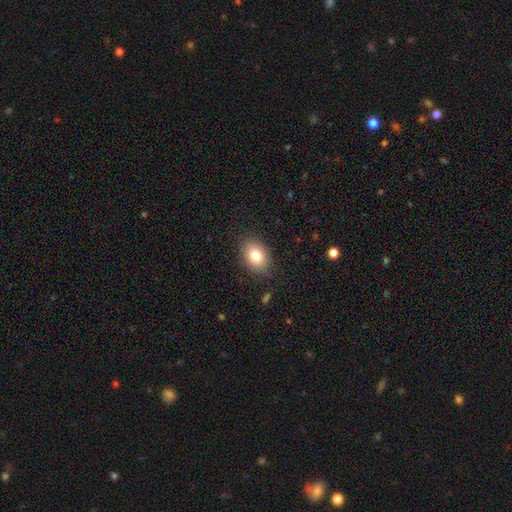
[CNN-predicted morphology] A smooth galaxy with no disk features (80%) that is in between round and cigar-shaped (73%).

Vote fractions:
- Smooth or featured? smooth: 80% / featured or disk: 11% / star or artifact: 9%
- How rounded? in between: 73% / round: 26% / cigar-shaped: 1%
- Merging? none: 86% / minor disturbance: 10% / major disturbance: 3% / merger: 1%